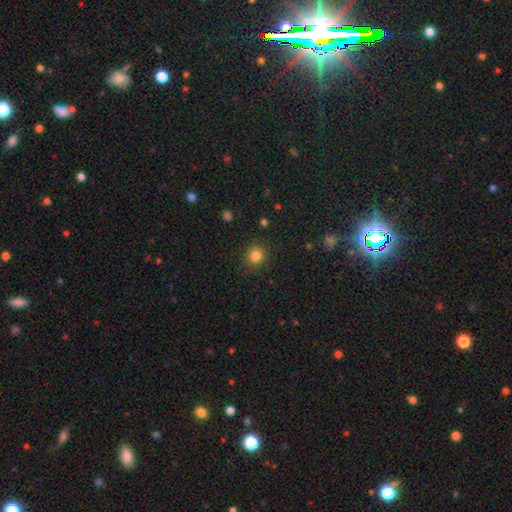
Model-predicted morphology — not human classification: smooth 83%, star or artifact 12%, featured or disk 5%. Down the decision tree: how rounded — round (89%); merging — none (89%).